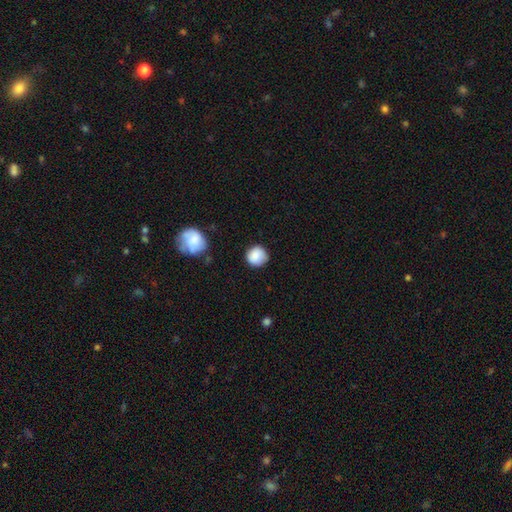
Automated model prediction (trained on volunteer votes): Morphology: type=smooth (86%); roundness=round (92%); merging=none (82%).